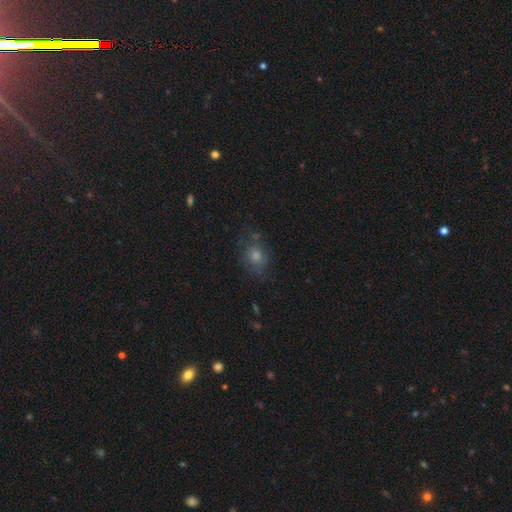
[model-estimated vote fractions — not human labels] Smooth or featured?
  - smooth: 54% *
  - star or artifact: 23%
  - featured or disk: 23%
How rounded?
  - round: 57% *
  - in between: 41%
  - cigar-shaped: 2%
Merging?
  - none: 71% *
  - minor disturbance: 18%
  - major disturbance: 8%
  - merger: 3%